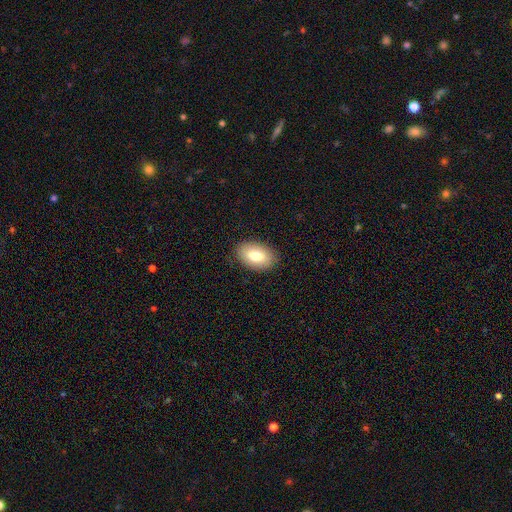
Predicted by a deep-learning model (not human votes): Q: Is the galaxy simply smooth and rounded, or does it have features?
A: smooth — 78%.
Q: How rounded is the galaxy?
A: in between — 91%.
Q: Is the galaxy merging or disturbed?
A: none — 87%.